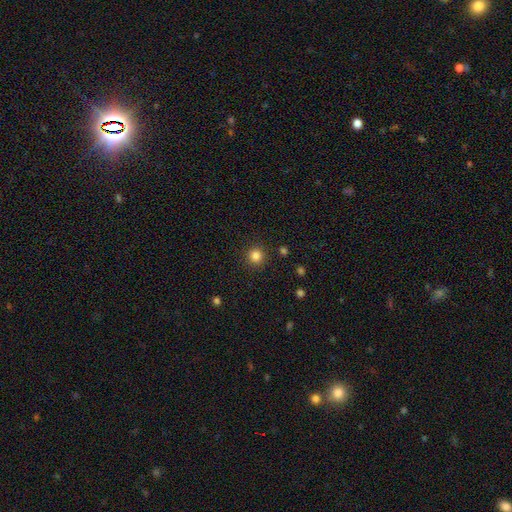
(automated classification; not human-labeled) Smooth or featured?
  - smooth: 83% *
  - star or artifact: 13%
  - featured or disk: 4%
How rounded?
  - round: 94% *
  - in between: 5%
  - cigar-shaped: 1%
Merging?
  - none: 91% *
  - minor disturbance: 6%
  - major disturbance: 2%
  - merger: 1%